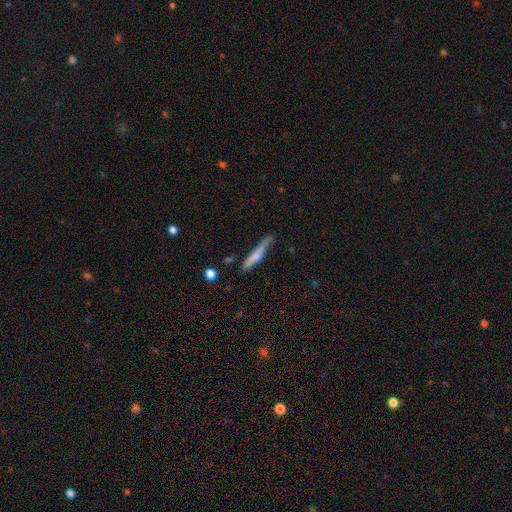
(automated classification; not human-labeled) This appears to be a smooth galaxy with no disk features (60%) that is cigar-shaped (94%). Merging: none (69%).